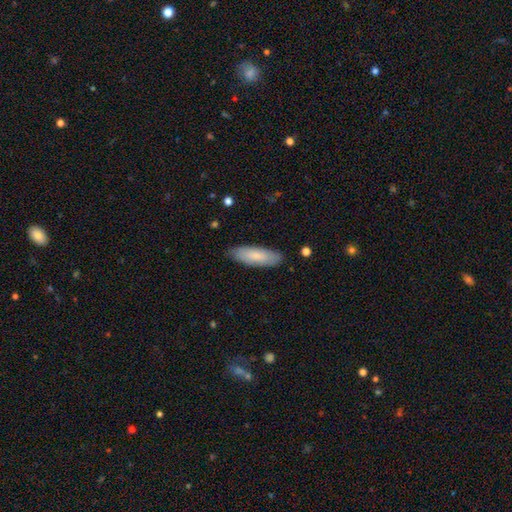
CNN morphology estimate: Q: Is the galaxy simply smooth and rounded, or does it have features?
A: smooth — 80%.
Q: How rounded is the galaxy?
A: in between — 54%.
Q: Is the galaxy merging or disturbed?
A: none — 85%.